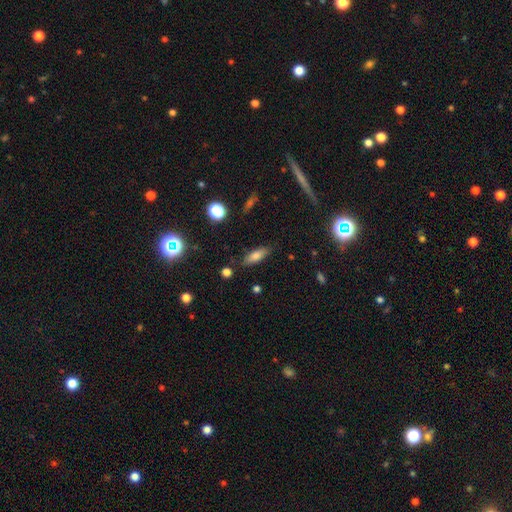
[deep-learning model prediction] The model was most divided on "how rounded": in between: 60%, cigar-shaped: 37%, round: 3%. More confident: merging — none (82%); smooth or featured — smooth (74%).